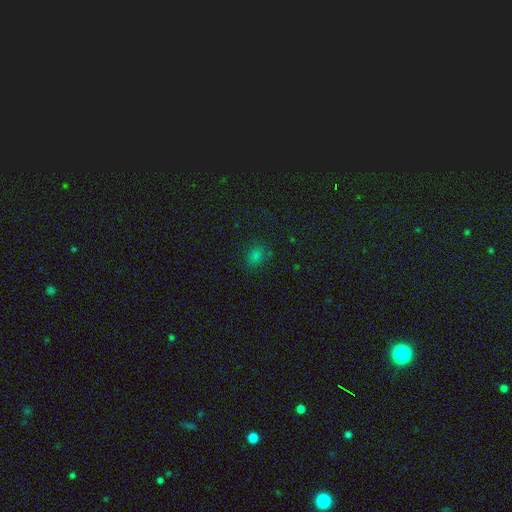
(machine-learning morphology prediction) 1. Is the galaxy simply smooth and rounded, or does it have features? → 68% smooth, 27% star or artifact, 5% featured or disk.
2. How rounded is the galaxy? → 52% round, 47% in between, 1% cigar-shaped.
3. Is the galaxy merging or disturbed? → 83% none, 12% minor disturbance, 3% major disturbance, 1% merger.